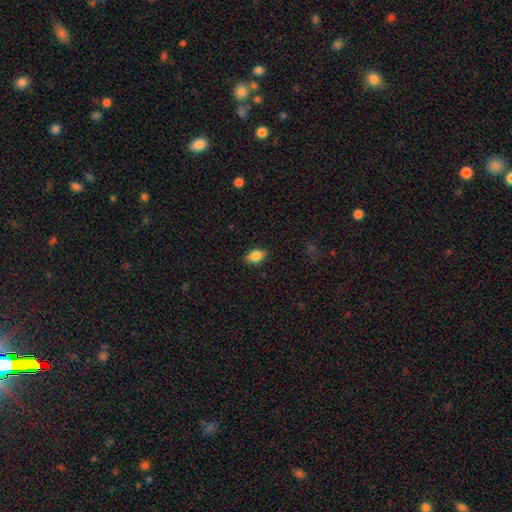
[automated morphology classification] Smooth or featured? smooth (84%)
How rounded? in between (87%)
Merging? none (87%)